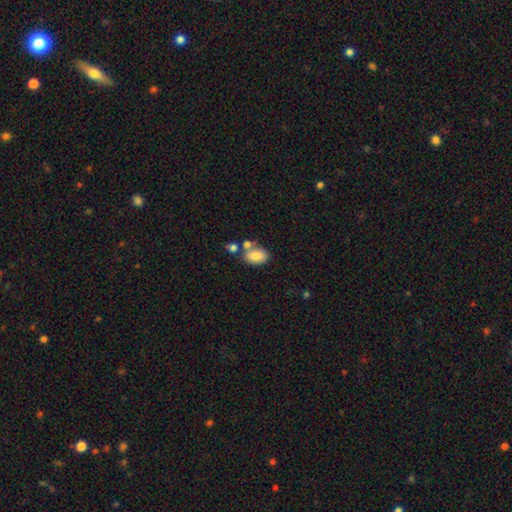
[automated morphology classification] Smooth or featured? Predicted: smooth (p=0.81). How rounded? Predicted: in between (p=0.86). Merging? Predicted: none (p=0.55).